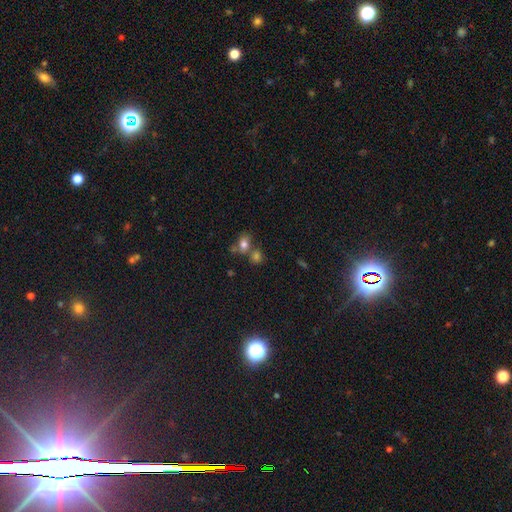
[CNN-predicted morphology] type=smooth (61%); roundness=round (59%); merging=none (45%).